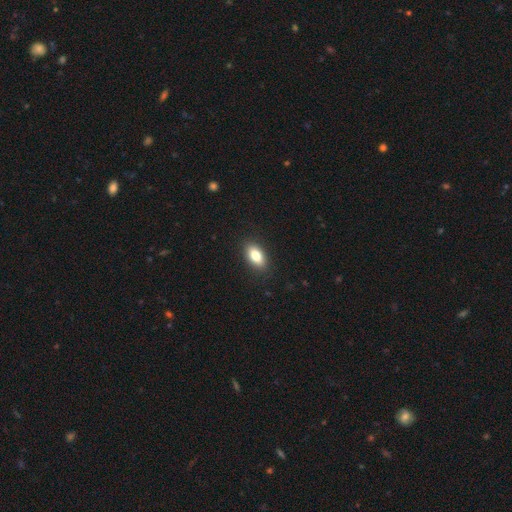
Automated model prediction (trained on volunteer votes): A smooth galaxy with no disk features (82%) that is in between round and cigar-shaped (90%).

Vote fractions:
- Smooth or featured? smooth: 82% / featured or disk: 11% / star or artifact: 8%
- How rounded? in between: 90% / round: 6% / cigar-shaped: 4%
- Merging? none: 89% / minor disturbance: 8% / major disturbance: 2% / merger: 1%